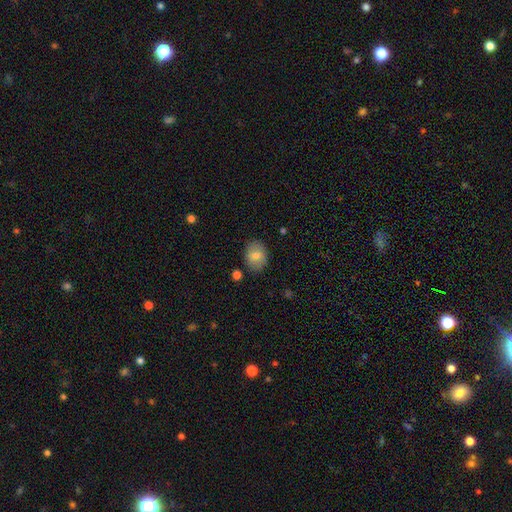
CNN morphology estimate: smooth-or-featured: smooth: 77% | featured or disk: 15% | star or artifact: 8%
  how-rounded: in between: 59% | round: 41% | cigar-shaped: 1%
  merging: none: 83% | minor disturbance: 11% | major disturbance: 3% | merger: 3%